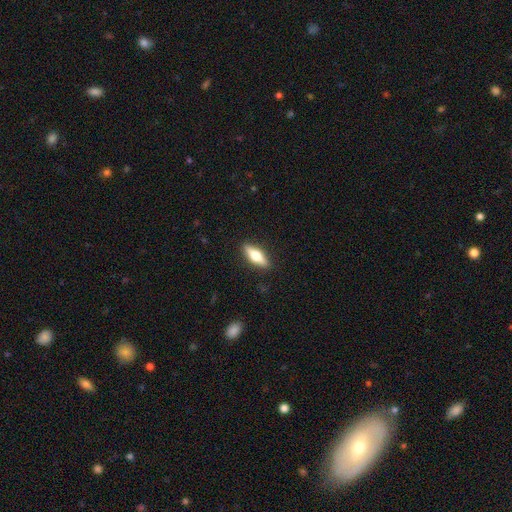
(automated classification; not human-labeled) The model was most divided on "smooth or featured": smooth: 49%, featured or disk: 45%, star or artifact: 6%. More confident: merging — none (88%).